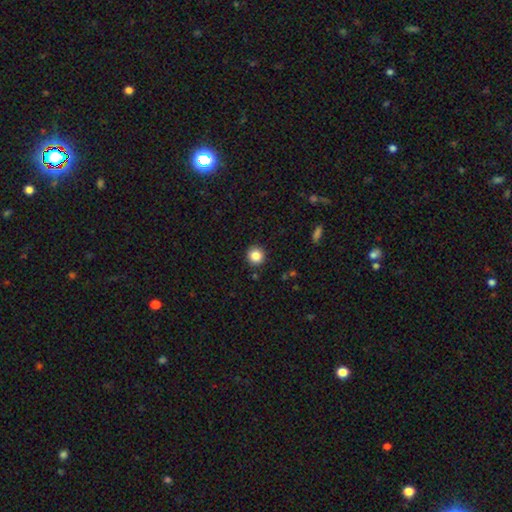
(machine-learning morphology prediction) A smooth galaxy with no disk features (86%) that is round (93%). Merging: none (91%).